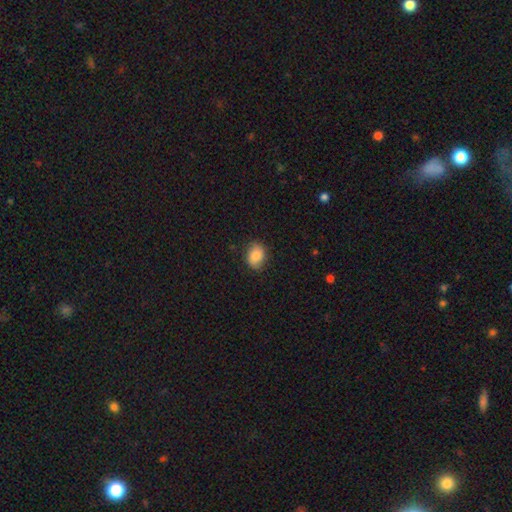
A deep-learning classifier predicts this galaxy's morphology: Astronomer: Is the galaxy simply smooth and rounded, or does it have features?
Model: smooth — 79%.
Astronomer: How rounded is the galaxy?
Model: in between — 66%.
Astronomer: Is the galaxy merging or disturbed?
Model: none — 80%.